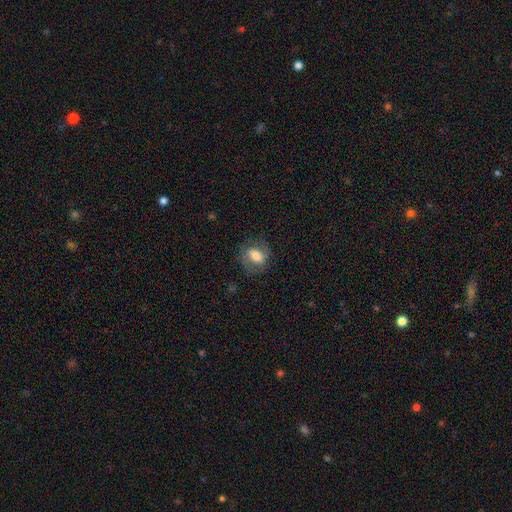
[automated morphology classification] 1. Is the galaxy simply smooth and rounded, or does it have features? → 53% smooth, 39% featured or disk, 8% star or artifact.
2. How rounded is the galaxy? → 66% in between, 32% round, 2% cigar-shaped.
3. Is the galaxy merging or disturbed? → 71% none, 18% minor disturbance, 10% major disturbance, 1% merger.